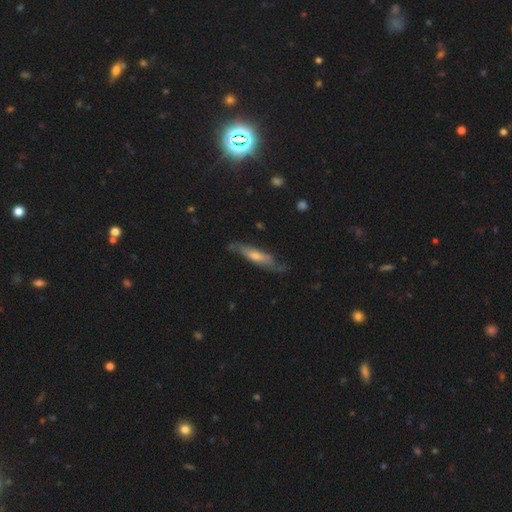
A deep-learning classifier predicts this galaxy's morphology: This appears to be a featured or disk galaxy (63%) viewed edge-on (56%). Merging: none (69%).